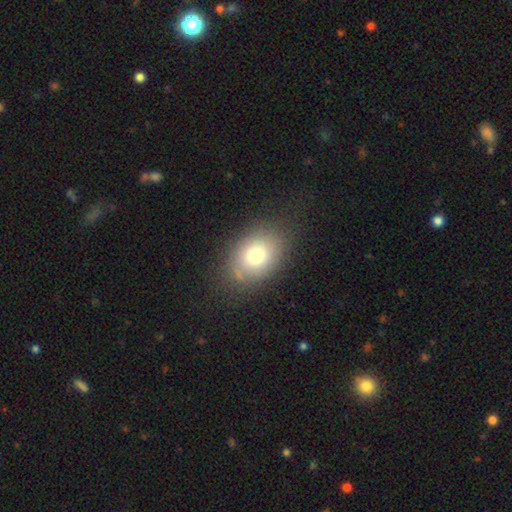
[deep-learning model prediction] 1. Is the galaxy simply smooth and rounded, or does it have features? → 74% smooth, 14% featured or disk, 12% star or artifact.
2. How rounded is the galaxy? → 70% in between, 29% round, 1% cigar-shaped.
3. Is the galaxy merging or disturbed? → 76% none, 15% minor disturbance, 6% major disturbance, 2% merger.